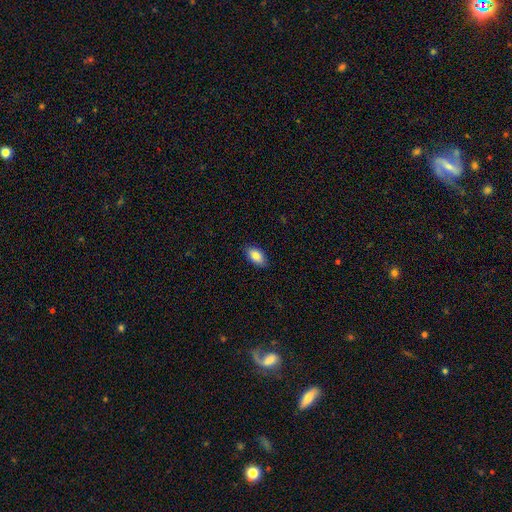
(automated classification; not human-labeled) The model was most divided on "merging": none: 87%, minor disturbance: 10%, major disturbance: 2%, merger: 1%. More confident: how rounded — in between (93%); smooth or featured — smooth (87%).